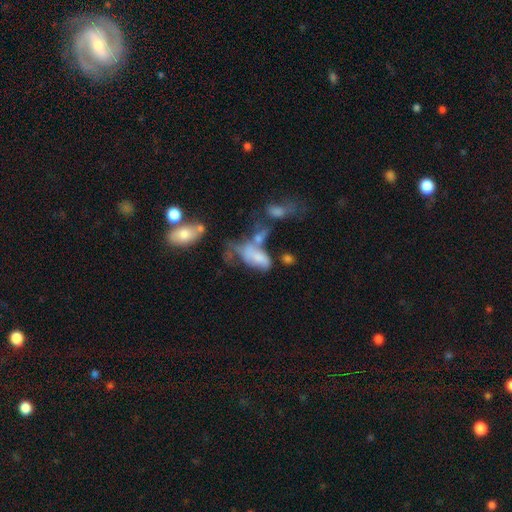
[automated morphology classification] Overall: smooth (60%; featured or disk 29%). How rounded: in between (88%). Merging: merger (43%; major disturbance 27%).